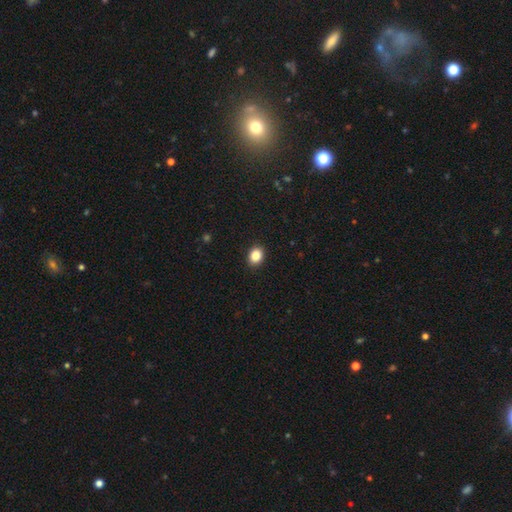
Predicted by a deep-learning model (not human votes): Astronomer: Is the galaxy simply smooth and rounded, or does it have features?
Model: smooth — 87%.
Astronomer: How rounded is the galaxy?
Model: in between — 53% (runner-up: round, 46%).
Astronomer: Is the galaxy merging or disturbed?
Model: none — 91%.